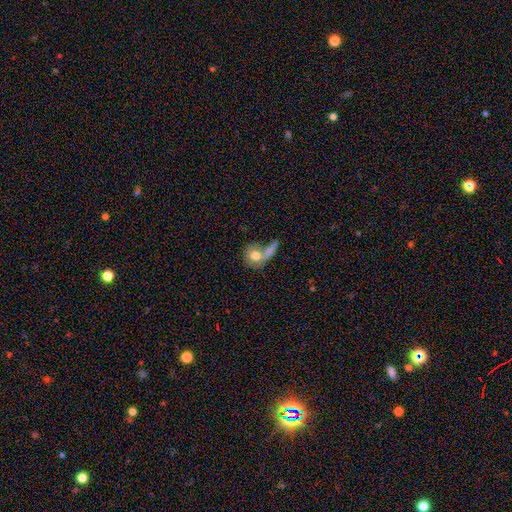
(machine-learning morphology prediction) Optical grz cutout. It shows a smooth galaxy with no disk features (69%) that is round (67%). Merging: merger (46%).